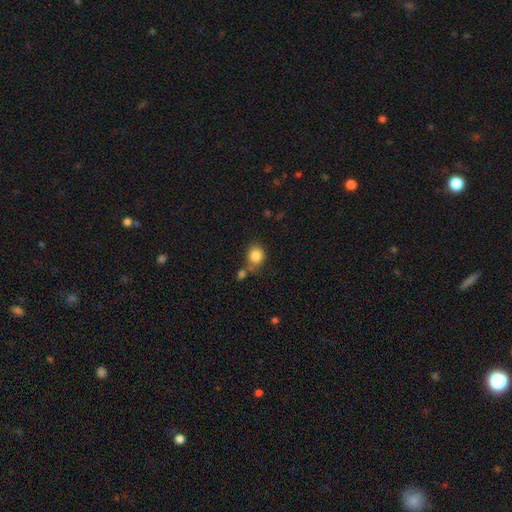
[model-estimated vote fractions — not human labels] Smooth or featured: smooth — 85% (star or artifact — 9%)
How rounded: round — 72% (in between — 27%)
Merging: none — 62% (merger — 18%)